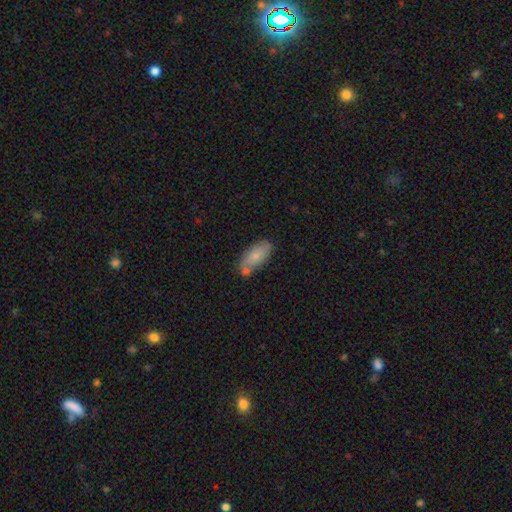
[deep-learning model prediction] Q: Smooth or featured?
A: smooth (69%); runner-up: featured or disk (24%)
Q: How rounded?
A: in between (87%); runner-up: cigar-shaped (11%)
Q: Merging?
A: none (59%); runner-up: minor disturbance (21%)